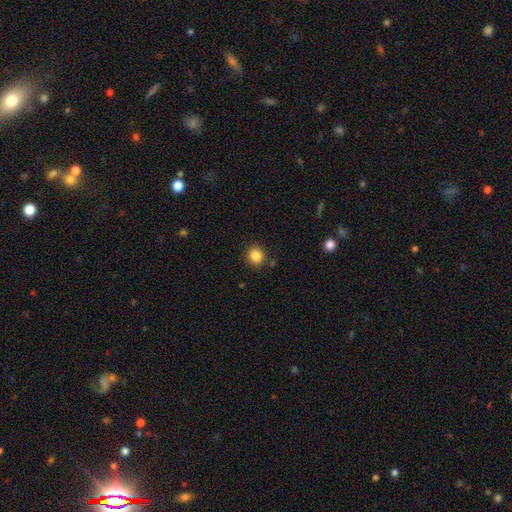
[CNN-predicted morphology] A smooth galaxy with no disk features (86%) that is round (79%).

Vote fractions:
- Smooth or featured? smooth: 86% / star or artifact: 10% / featured or disk: 4%
- How rounded? round: 79% / in between: 20% / cigar-shaped: 1%
- Merging? none: 86% / minor disturbance: 8% / merger: 3% / major disturbance: 2%